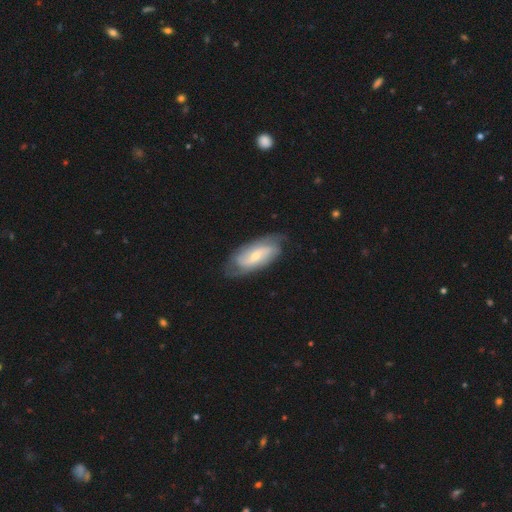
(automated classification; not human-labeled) Smooth or featured?
  - featured or disk: 71% *
  - smooth: 23%
  - star or artifact: 6%
Edge-on disk?
  - no: 91% *
  - yes: 9%
Bar?
  - weak: 45% *
  - no: 32%
  - strong: 24%
Spiral arms?
  - yes: 89% *
  - no: 11%
Spiral winding?
  - medium: 40% *
  - tight: 32%
  - loose: 28%
Spiral arm count?
  - 2: 65% *
  - can't tell: 21%
  - 3: 7%
  - 1: 3%
  - 4: 2%
  - more than 4: 2%
Bulge size?
  - small: 57% *
  - moderate: 37%
  - large: 2%
  - none: 2%
  - dominant: 1%
Merging?
  - none: 73% *
  - minor disturbance: 19%
  - major disturbance: 6%
  - merger: 1%